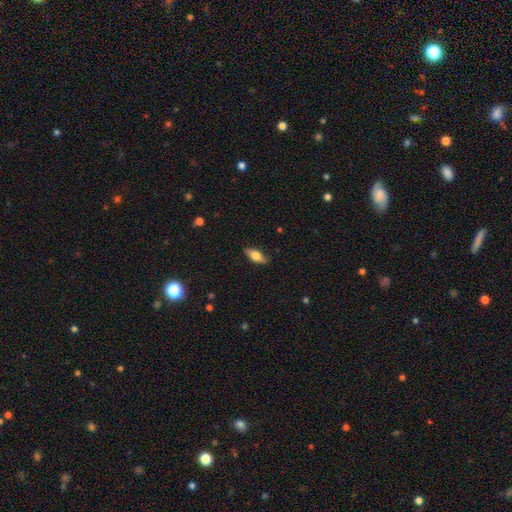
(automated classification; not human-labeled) smooth_or_featured: smooth (p=0.65) [alt: featured or disk p=0.29]
how_rounded: in between (p=0.73) [alt: cigar-shaped p=0.24]
merging: none (p=0.85) [alt: minor disturbance p=0.12]